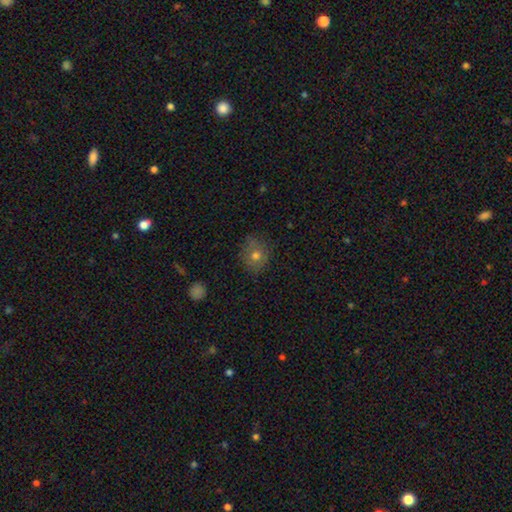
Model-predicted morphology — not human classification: This is likely a smooth galaxy (68%). How rounded: likely round (75%). Merging: likely none (78%).